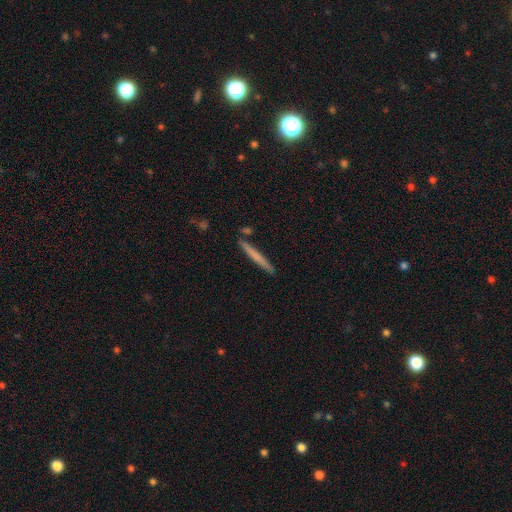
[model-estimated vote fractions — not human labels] smooth_or_featured: smooth (p=0.66) [alt: featured or disk p=0.29]
how_rounded: cigar-shaped (p=0.97) [alt: in between p=0.02]
merging: none (p=0.88) [alt: minor disturbance p=0.08]